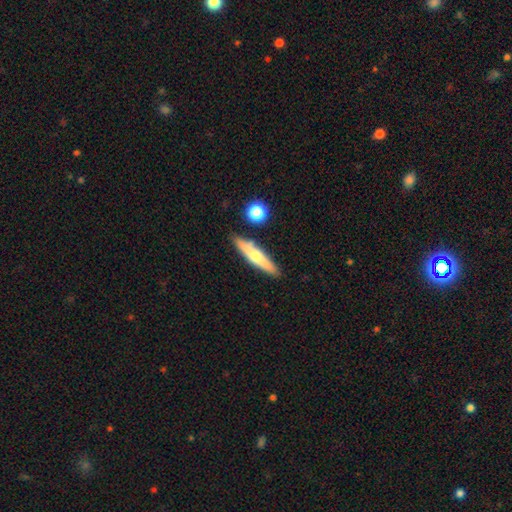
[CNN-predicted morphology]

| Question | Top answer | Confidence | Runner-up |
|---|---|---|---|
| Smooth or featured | smooth | 51% | featured or disk (42%) |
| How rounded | cigar-shaped | 85% | in between (13%) |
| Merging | none | 82% | minor disturbance (10%) |